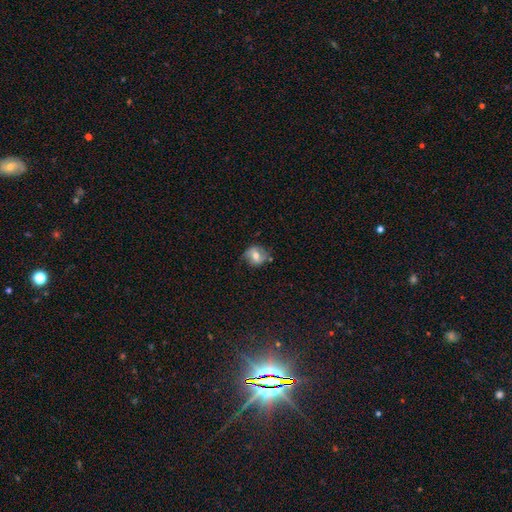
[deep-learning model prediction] Overall: smooth (52%; featured or disk 39%). How rounded: round (71%). Merging: none (69%).